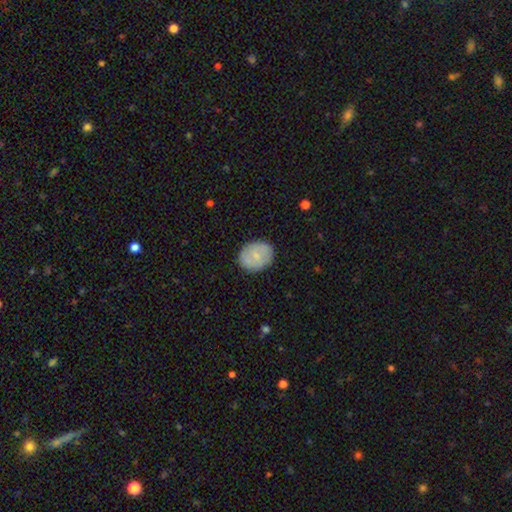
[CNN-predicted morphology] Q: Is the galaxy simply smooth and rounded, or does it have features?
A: smooth — 70%.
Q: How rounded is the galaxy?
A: round — 54%.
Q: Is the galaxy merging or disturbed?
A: none — 85%.